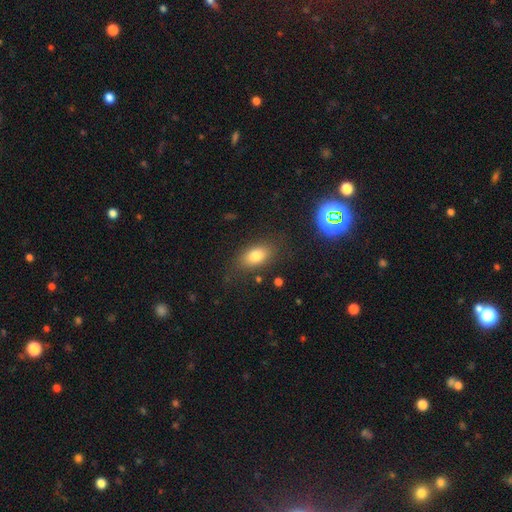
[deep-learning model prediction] smooth 78%, featured or disk 12%, star or artifact 10%. Down the decision tree: how rounded — in between (86%); merging — none (79%).